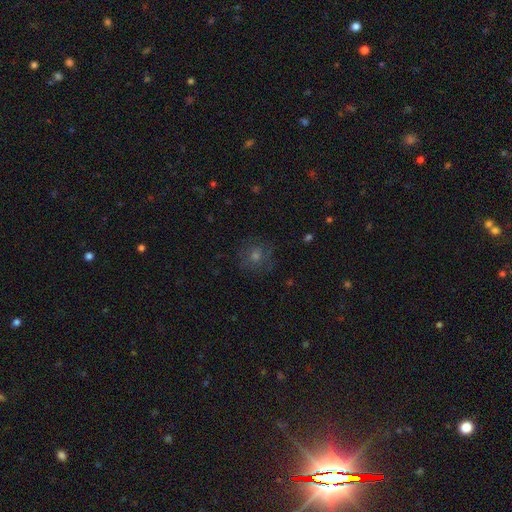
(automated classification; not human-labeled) smooth-or-featured: smooth: 51% | star or artifact: 29% | featured or disk: 19%
  how-rounded: round: 91% | in between: 8% | cigar-shaped: 1%
  merging: none: 82% | minor disturbance: 11% | major disturbance: 5% | merger: 1%